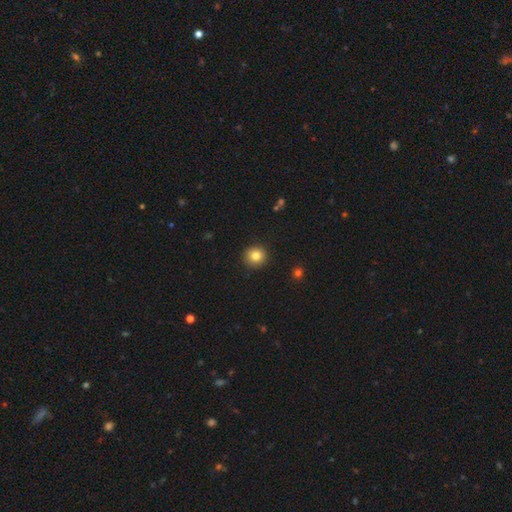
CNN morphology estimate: smooth_or_featured: smooth (p=0.83) [alt: star or artifact p=0.11]
how_rounded: round (p=0.93) [alt: in between p=0.07]
merging: none (p=0.91) [alt: minor disturbance p=0.06]